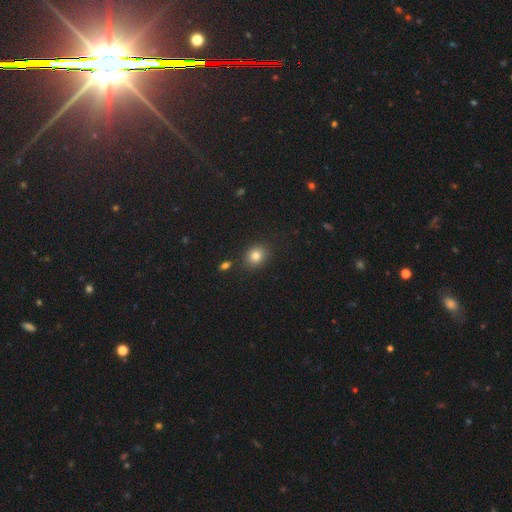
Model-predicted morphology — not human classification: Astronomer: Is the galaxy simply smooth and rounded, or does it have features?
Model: smooth — 81%.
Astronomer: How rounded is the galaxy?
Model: round — 60% (runner-up: in between, 39%).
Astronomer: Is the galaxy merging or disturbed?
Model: none — 84%.